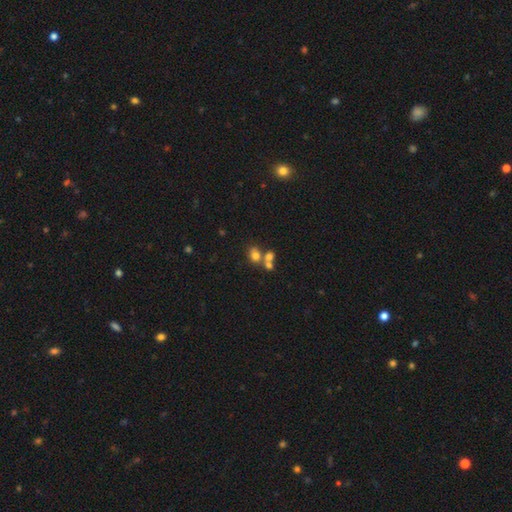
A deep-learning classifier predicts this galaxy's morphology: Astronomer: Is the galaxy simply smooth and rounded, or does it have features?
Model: smooth — 70%.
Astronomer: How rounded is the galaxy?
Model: round — 60% (runner-up: in between, 39%).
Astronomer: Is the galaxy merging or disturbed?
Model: merger — 47% (runner-up: none, 40%).